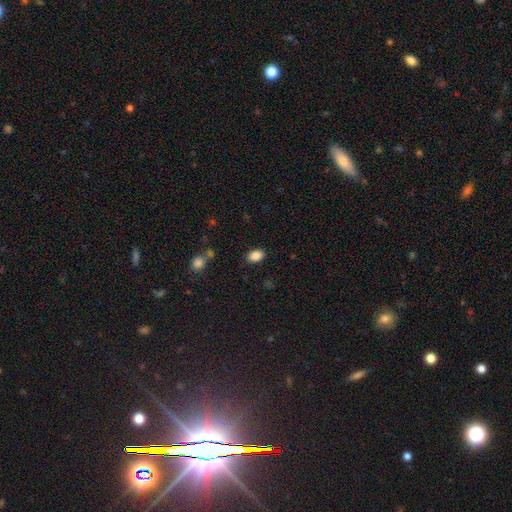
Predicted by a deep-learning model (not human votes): smooth_or_featured: smooth (p=0.86) [alt: star or artifact p=0.09]
how_rounded: in between (p=0.87) [alt: round p=0.12]
merging: none (p=0.86) [alt: minor disturbance p=0.09]